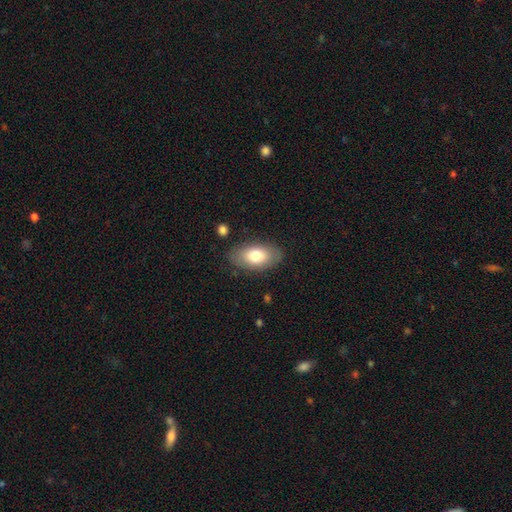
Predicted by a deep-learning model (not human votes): smooth 74%, featured or disk 19%, star or artifact 7%. Down the decision tree: how rounded — in between (92%); merging — none (83%).